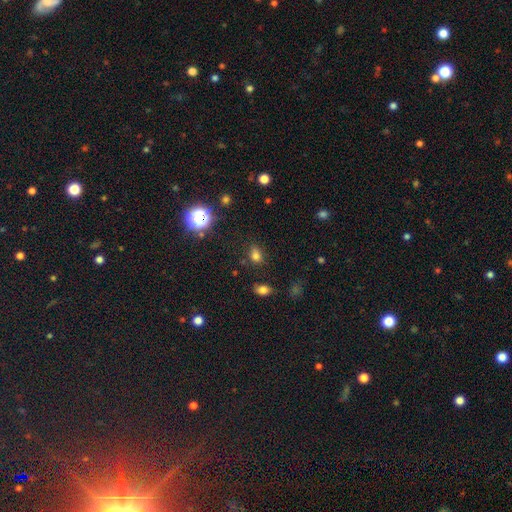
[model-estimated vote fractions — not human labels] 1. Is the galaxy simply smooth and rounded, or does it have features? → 72% smooth, 21% star or artifact, 7% featured or disk.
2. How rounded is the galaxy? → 62% in between, 36% round, 2% cigar-shaped.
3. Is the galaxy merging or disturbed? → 71% none, 19% minor disturbance, 6% major disturbance, 5% merger.